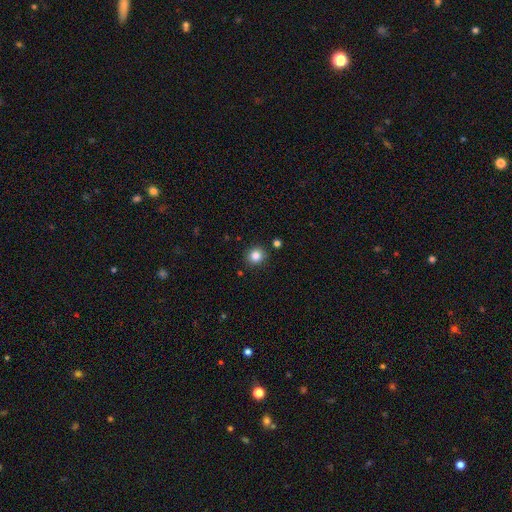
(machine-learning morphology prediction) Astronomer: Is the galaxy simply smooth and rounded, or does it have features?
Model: smooth — 84%.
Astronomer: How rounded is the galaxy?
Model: round — 89%.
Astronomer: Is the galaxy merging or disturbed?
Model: none — 88%.